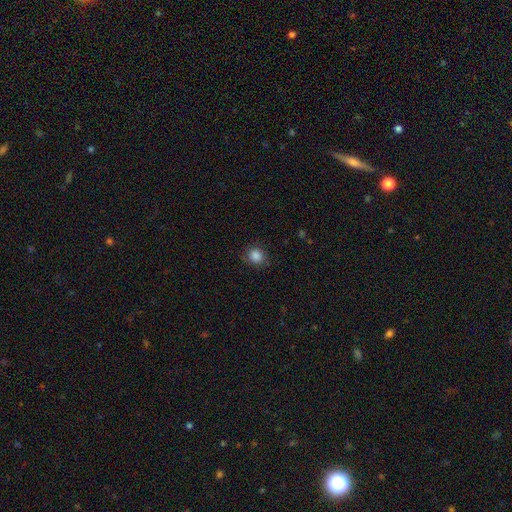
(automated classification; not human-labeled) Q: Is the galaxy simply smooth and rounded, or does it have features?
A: smooth — 86%.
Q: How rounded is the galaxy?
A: round — 84%.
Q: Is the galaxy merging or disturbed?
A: none — 83%.